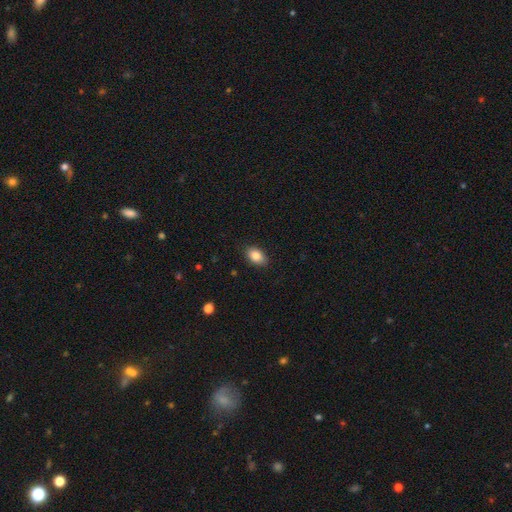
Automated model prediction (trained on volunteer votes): Smooth or featured? smooth (86%)
How rounded? in between (87%)
Merging? none (87%)